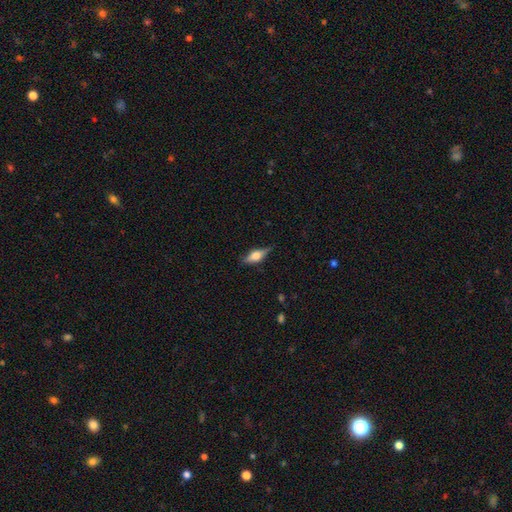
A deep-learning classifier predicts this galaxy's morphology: Smooth or featured?
  - featured or disk: 52% *
  - smooth: 40%
  - star or artifact: 8%
Edge-on disk?
  - yes: 94% *
  - no: 6%
Merging?
  - none: 80% *
  - minor disturbance: 15%
  - major disturbance: 3%
  - merger: 1%